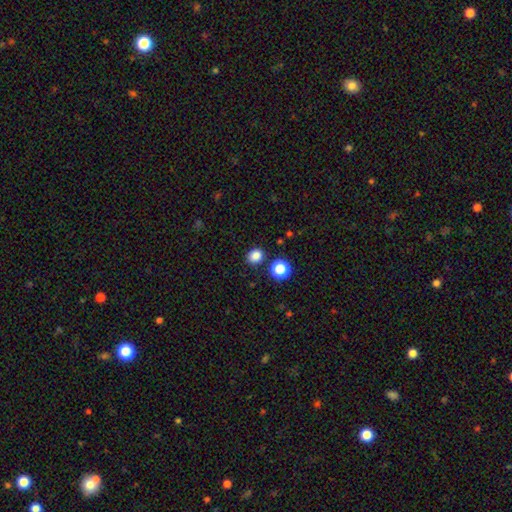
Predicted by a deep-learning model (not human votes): smooth 83%, star or artifact 13%, featured or disk 4%. Down the decision tree: how rounded — round (69%); merging — none (86%).